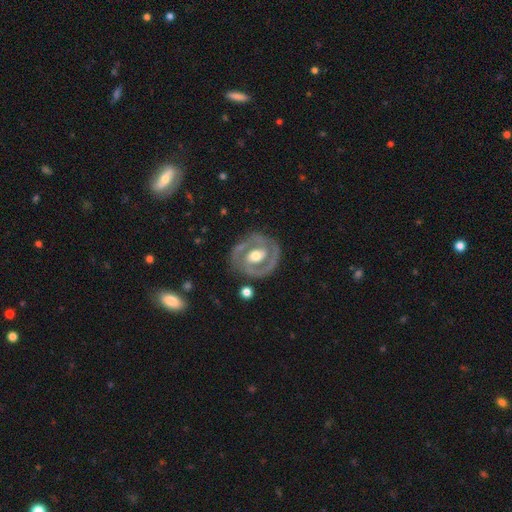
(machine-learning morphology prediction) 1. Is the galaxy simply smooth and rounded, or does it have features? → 80% featured or disk, 16% smooth, 4% star or artifact.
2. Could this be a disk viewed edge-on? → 96% no, 4% yes.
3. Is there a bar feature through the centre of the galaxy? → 37% weak (tied), 37% no (tied), 26% strong.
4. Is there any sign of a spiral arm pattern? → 73% yes, 27% no.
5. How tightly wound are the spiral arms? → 51% tight, 38% medium, 11% loose.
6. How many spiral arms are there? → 76% 2, 10% can't tell, 9% 1, 3% 3, 1% 4, 1% more than 4.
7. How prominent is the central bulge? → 67% moderate, 20% large, 10% small, 1% dominant, 1% none.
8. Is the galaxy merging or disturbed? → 78% none, 14% minor disturbance, 6% major disturbance, 2% merger.